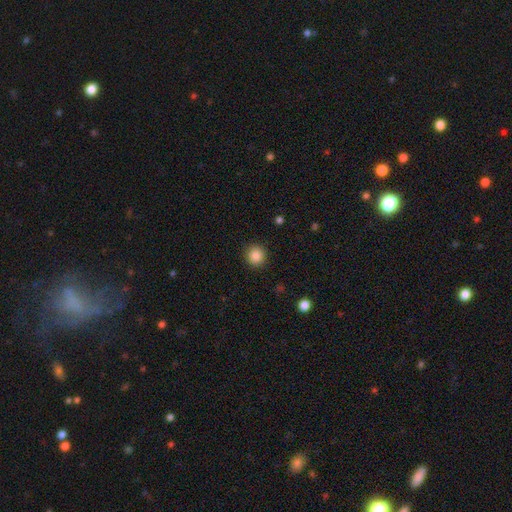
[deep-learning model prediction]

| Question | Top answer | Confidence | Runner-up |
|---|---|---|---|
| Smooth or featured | smooth | 86% | star or artifact (10%) |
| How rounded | round | 93% | in between (6%) |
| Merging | none | 91% | minor disturbance (6%) |